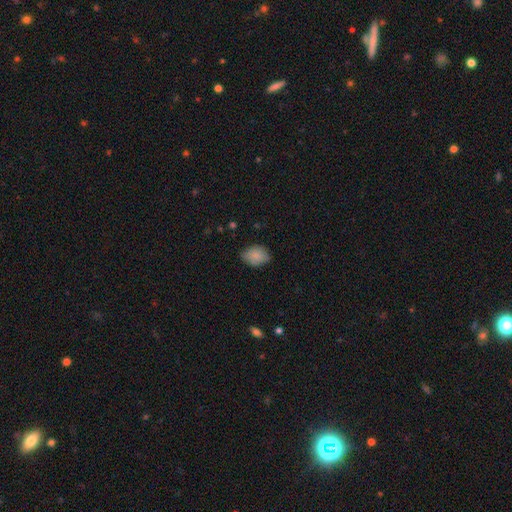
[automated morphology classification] A smooth galaxy with no disk features (86%) that is in between round and cigar-shaped (75%). Merging: none (73%).